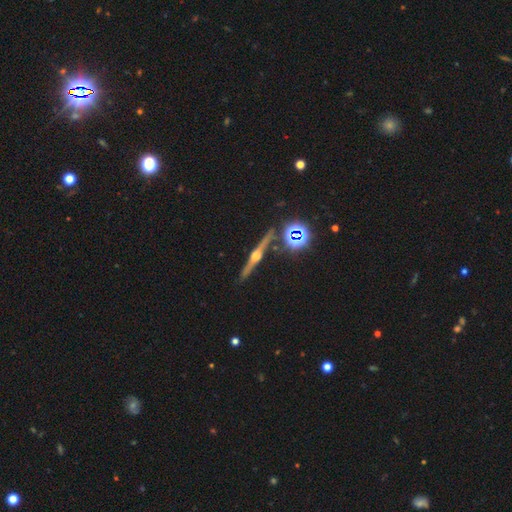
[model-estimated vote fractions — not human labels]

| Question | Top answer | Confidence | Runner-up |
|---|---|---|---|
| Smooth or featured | featured or disk | 81% | star or artifact (10%) |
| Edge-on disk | yes | 98% | no (2%) |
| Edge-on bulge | rounded | 94% | boxy (3%) |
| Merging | none | 90% | minor disturbance (6%) |